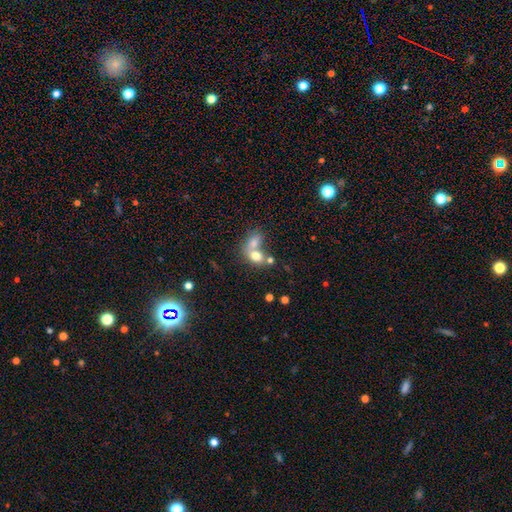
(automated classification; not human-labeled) smooth_or_featured: smooth (p=0.72) [alt: featured or disk p=0.17]
how_rounded: in between (p=0.60) [alt: round p=0.38]
merging: merger (p=0.65) [alt: none p=0.23]